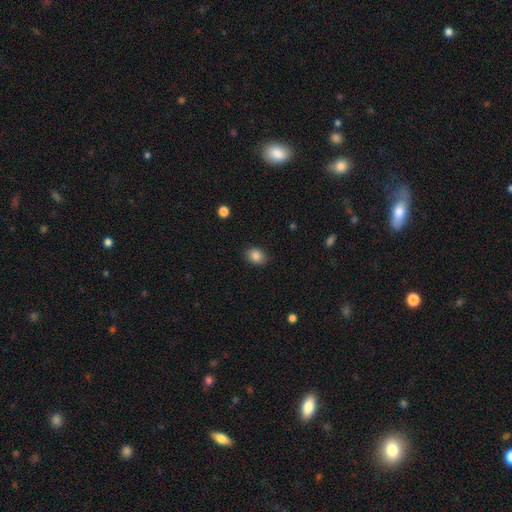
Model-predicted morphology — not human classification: Overall: smooth (86%). How rounded: in between (61%; round 38%). Merging: none (85%).